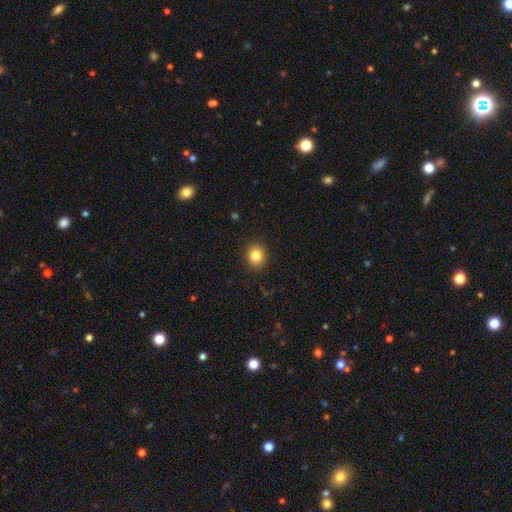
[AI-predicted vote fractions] Smooth or featured: smooth — 83% (star or artifact — 10%)
How rounded: round — 72% (in between — 27%)
Merging: none — 89% (minor disturbance — 7%)